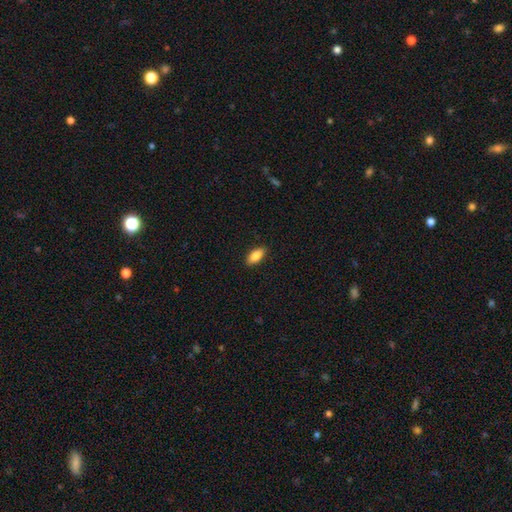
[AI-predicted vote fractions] Smooth or featured?
  - smooth: 84% *
  - featured or disk: 9%
  - star or artifact: 7%
How rounded?
  - in between: 86% *
  - cigar-shaped: 11%
  - round: 3%
Merging?
  - none: 89% *
  - minor disturbance: 8%
  - major disturbance: 2%
  - merger: 1%